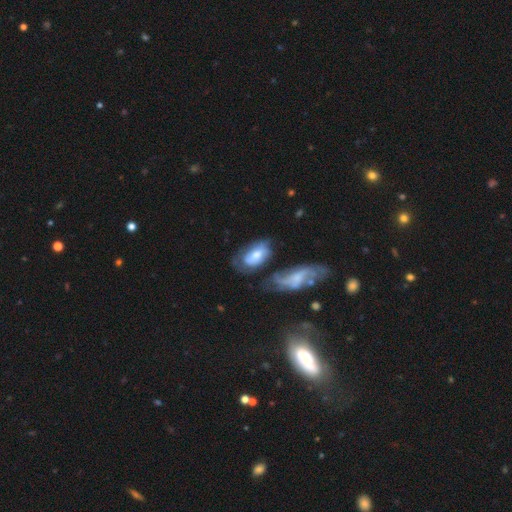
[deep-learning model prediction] Smooth or featured: smooth — 54% (featured or disk — 39%)
How rounded: in between — 90% (round — 7%)
Merging: none — 38% (minor disturbance — 24%)